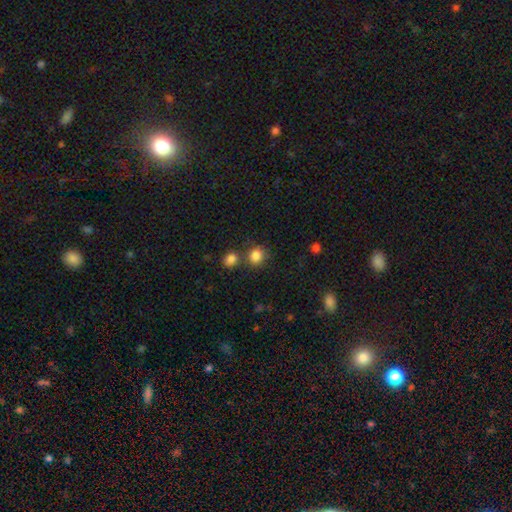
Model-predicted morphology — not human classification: Smooth or featured? smooth (84%)
How rounded? round (80%)
Merging? none (68%)